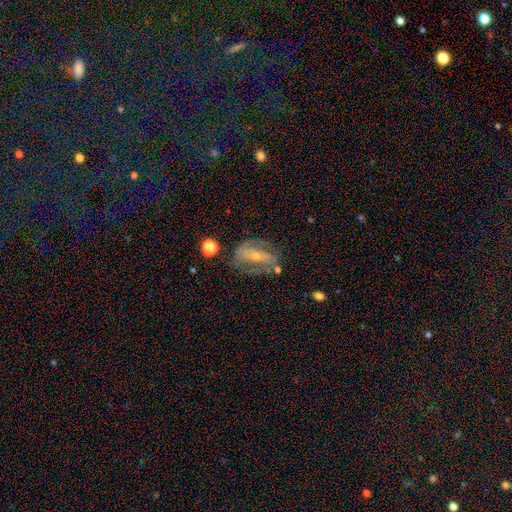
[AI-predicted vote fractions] Morphology: type=featured or disk (74%); edge-on=no (93%); bar=strong (40%); spiral arms=yes (75%); winding=medium (41%); arm count=2 (67%); bulge=small (62%); merging=none (62%).